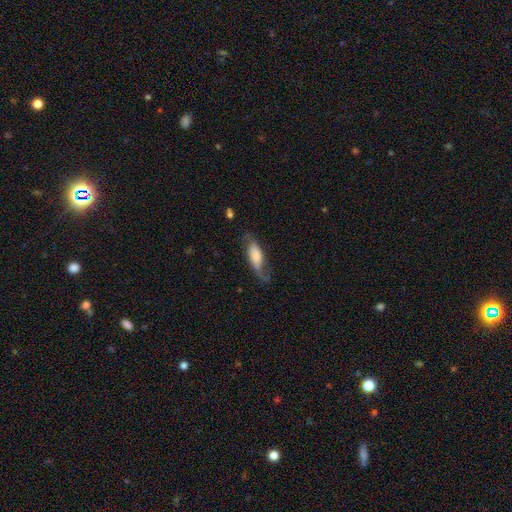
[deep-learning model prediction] Smooth or featured?
  - smooth: 53% *
  - featured or disk: 40%
  - star or artifact: 7%
How rounded?
  - in between: 69% *
  - cigar-shaped: 28%
  - round: 3%
Merging?
  - none: 50% *
  - minor disturbance: 28%
  - major disturbance: 19%
  - merger: 2%